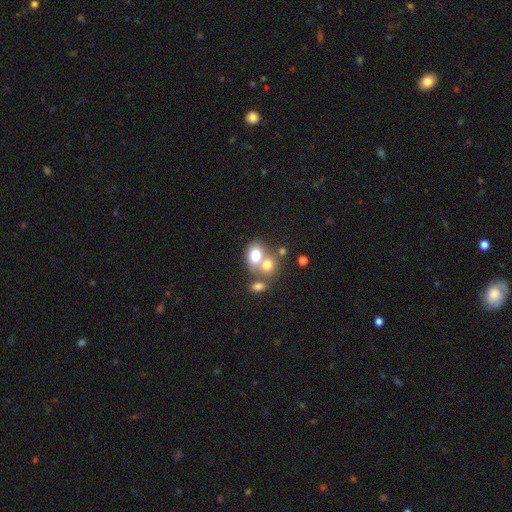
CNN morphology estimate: Q: Smooth or featured?
A: smooth (74%); runner-up: featured or disk (15%)
Q: How rounded?
A: in between (65%); runner-up: round (34%)
Q: Merging?
A: merger (53%); runner-up: none (32%)